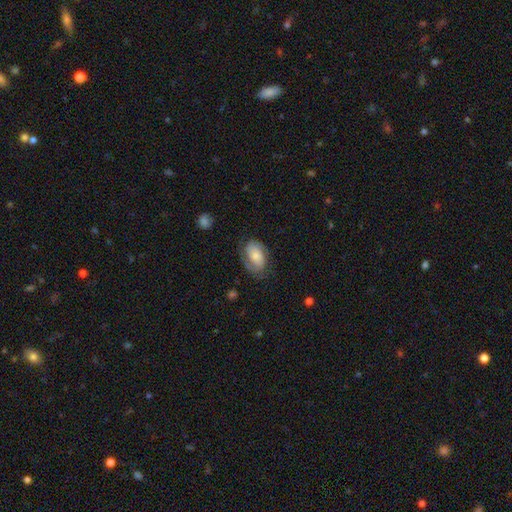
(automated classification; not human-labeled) smooth-or-featured: smooth: 47% | featured or disk: 46% | star or artifact: 7%
  merging: none: 62% | minor disturbance: 23% | major disturbance: 13% | merger: 1%